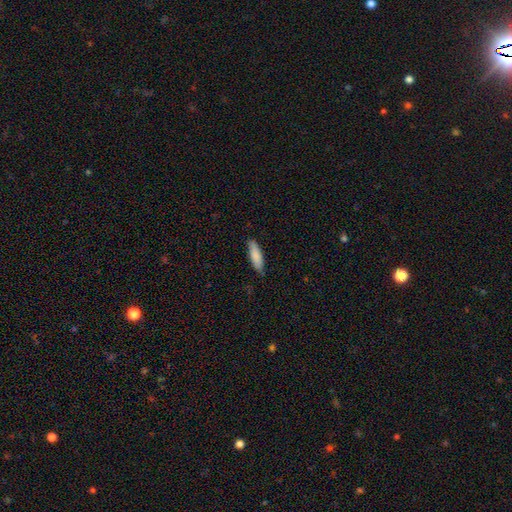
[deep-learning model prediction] A smooth galaxy with no disk features (85%) that is cigar-shaped (57%).

Vote fractions:
- Smooth or featured? smooth: 85% / featured or disk: 9% / star or artifact: 5%
- How rounded? cigar-shaped: 57% / in between: 42% / round: 1%
- Merging? none: 82% / minor disturbance: 15% / major disturbance: 2% / merger: 1%